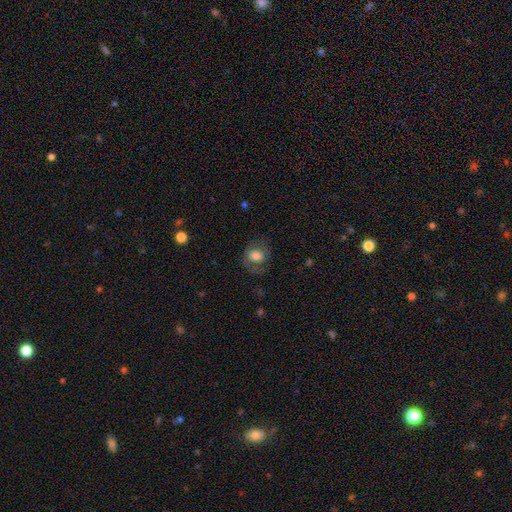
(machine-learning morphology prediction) Smooth or featured? smooth (65%)
How rounded? round (55%)
Merging? none (62%)